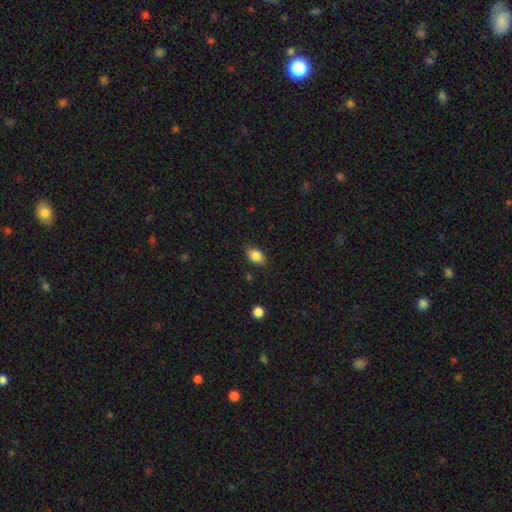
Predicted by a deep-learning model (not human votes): Overall: smooth (84%). How rounded: in between (82%). Merging: none (82%).